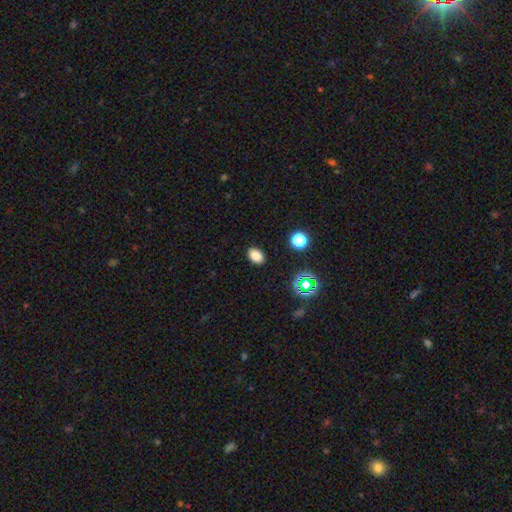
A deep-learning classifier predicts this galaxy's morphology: This is clearly a smooth galaxy (82%). How rounded: clearly in between (81%). Merging: clearly none (89%).